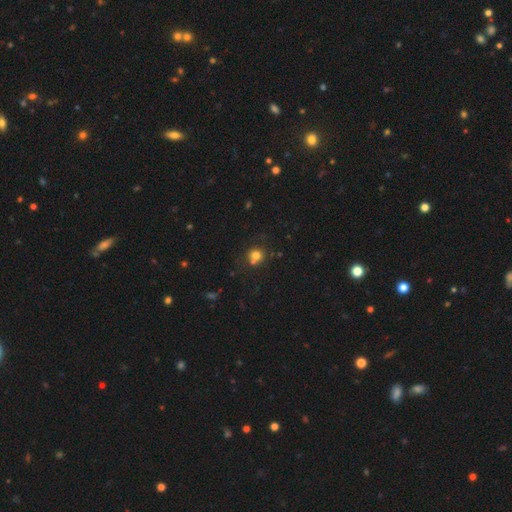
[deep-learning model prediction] smooth-or-featured: smooth: 76% | star or artifact: 15% | featured or disk: 9%
  how-rounded: round: 87% | in between: 12% | cigar-shaped: 1%
  merging: none: 61% | merger: 26% | minor disturbance: 10% | major disturbance: 4%